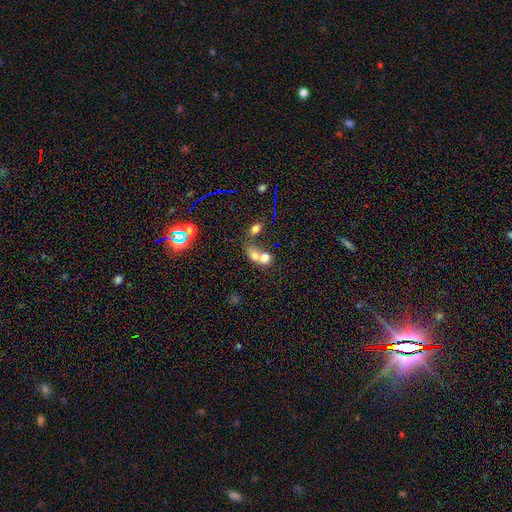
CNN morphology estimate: Smooth or featured?
  - smooth: 67% *
  - featured or disk: 18%
  - star or artifact: 15%
How rounded?
  - in between: 53% *
  - round: 44%
  - cigar-shaped: 3%
Merging?
  - merger: 68% *
  - none: 20%
  - minor disturbance: 6%
  - major disturbance: 6%